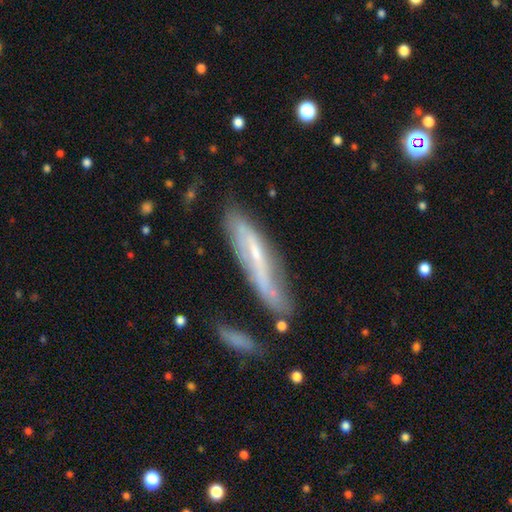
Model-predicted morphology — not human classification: Smooth or featured? featured or disk (63%)
Edge-on disk? yes (51%)
Merging? none (60%)